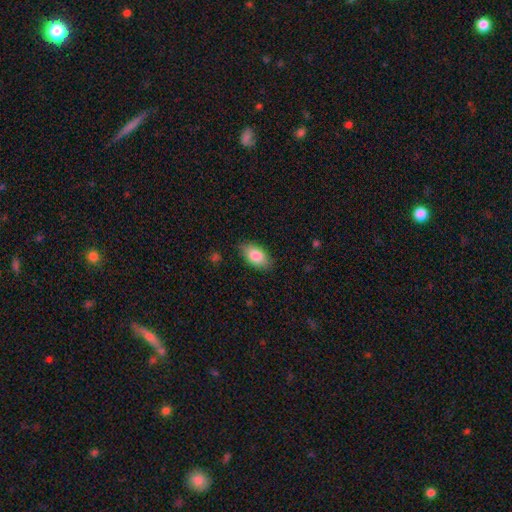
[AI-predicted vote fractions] Q: Smooth or featured?
A: smooth (84%); runner-up: featured or disk (9%)
Q: How rounded?
A: in between (92%); runner-up: round (5%)
Q: Merging?
A: none (84%); runner-up: minor disturbance (12%)